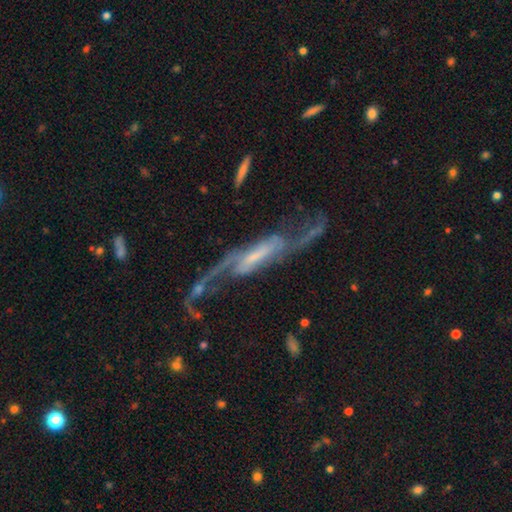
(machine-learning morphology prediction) Q: Smooth or featured?
A: featured or disk (86%); runner-up: smooth (7%)
Q: Edge-on disk?
A: no (84%); runner-up: yes (16%)
Q: Bar?
A: strong (42%); runner-up: weak (37%)
Q: Spiral arms?
A: yes (94%); runner-up: no (6%)
Q: Spiral winding?
A: loose (74%); runner-up: medium (20%)
Q: Spiral arm count?
A: 2 (88%); runner-up: can't tell (4%)
Q: Bulge size?
A: small (37%); runner-up: none (28%)
Q: Merging?
A: none (47%); runner-up: major disturbance (28%)